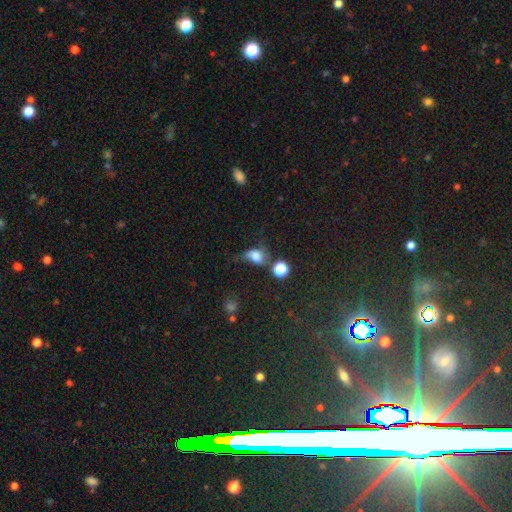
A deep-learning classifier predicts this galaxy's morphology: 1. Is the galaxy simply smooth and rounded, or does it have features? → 68% smooth, 18% featured or disk, 14% star or artifact.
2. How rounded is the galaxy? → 58% in between, 40% round, 2% cigar-shaped.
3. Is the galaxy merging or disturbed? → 30% major disturbance, 28% none, 27% minor disturbance, 15% merger.